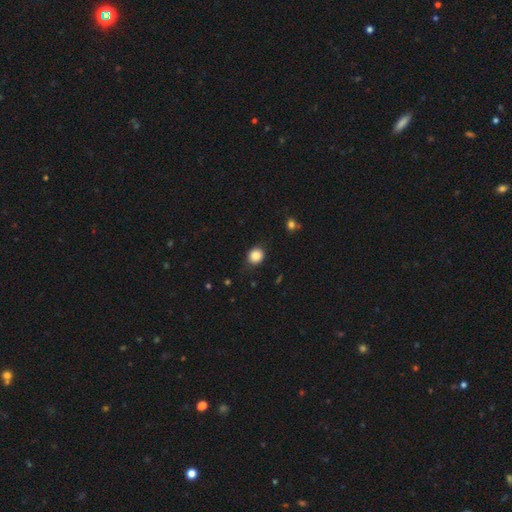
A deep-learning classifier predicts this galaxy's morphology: Overall: smooth (85%). How rounded: round (73%). Merging: none (81%).